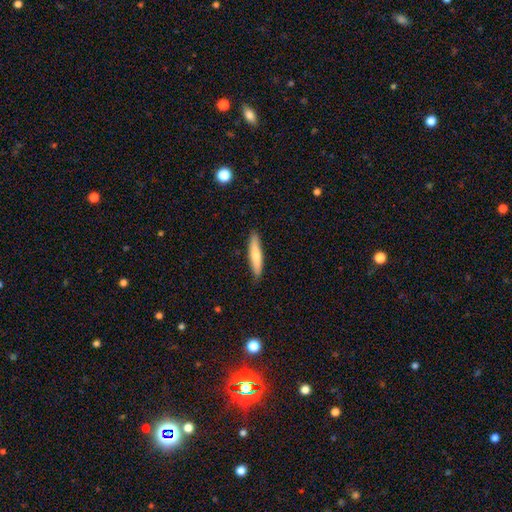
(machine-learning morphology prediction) Smooth or featured?
  - smooth: 72% *
  - featured or disk: 23%
  - star or artifact: 5%
How rounded?
  - cigar-shaped: 86% *
  - in between: 13%
  - round: 1%
Merging?
  - none: 88% *
  - minor disturbance: 9%
  - major disturbance: 2%
  - merger: 1%